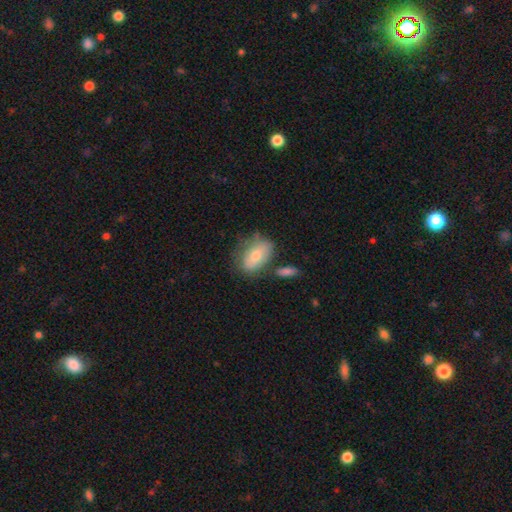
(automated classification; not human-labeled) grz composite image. It shows a smooth galaxy with no disk features (67%) that is in between round and cigar-shaped (87%). Merging: none (59%).